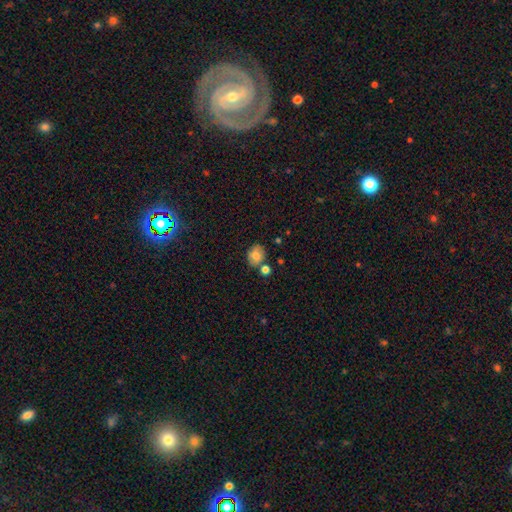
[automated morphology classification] Q: Smooth or featured?
A: smooth (76%); runner-up: featured or disk (14%)
Q: How rounded?
A: round (60%); runner-up: in between (39%)
Q: Merging?
A: none (66%); runner-up: minor disturbance (16%)